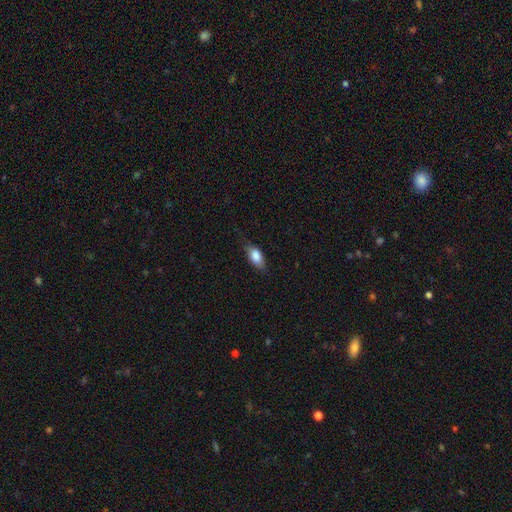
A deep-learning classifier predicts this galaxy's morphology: Overall: smooth (81%). How rounded: in between (84%). Merging: none (72%).